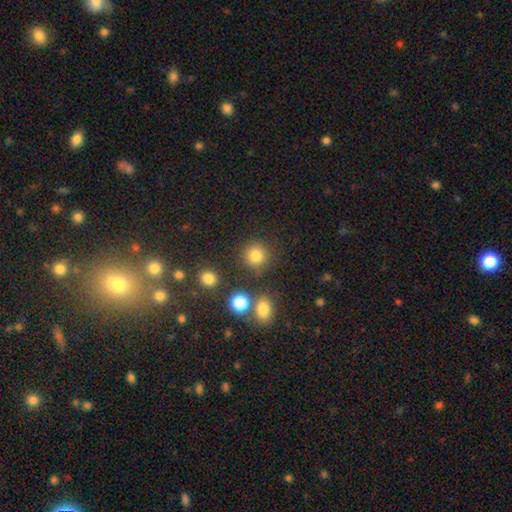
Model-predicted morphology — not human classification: Smooth or featured?
  - smooth: 80% *
  - star or artifact: 15%
  - featured or disk: 5%
How rounded?
  - round: 91% *
  - in between: 8%
  - cigar-shaped: 1%
Merging?
  - none: 81% *
  - minor disturbance: 8%
  - merger: 7%
  - major disturbance: 4%